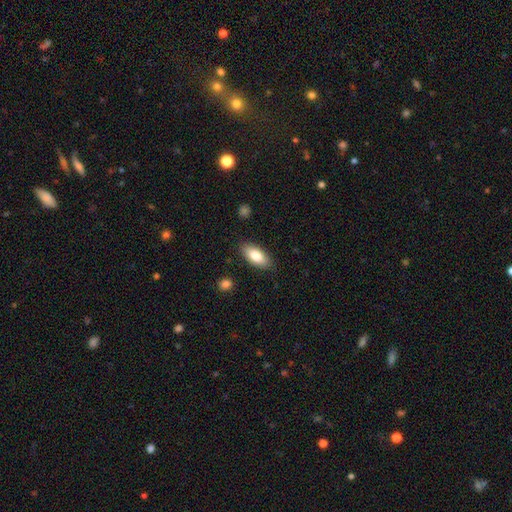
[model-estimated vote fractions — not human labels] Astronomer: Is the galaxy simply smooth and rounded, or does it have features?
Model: smooth — 82%.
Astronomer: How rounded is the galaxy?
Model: in between — 87%.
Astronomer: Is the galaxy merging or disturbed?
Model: none — 86%.